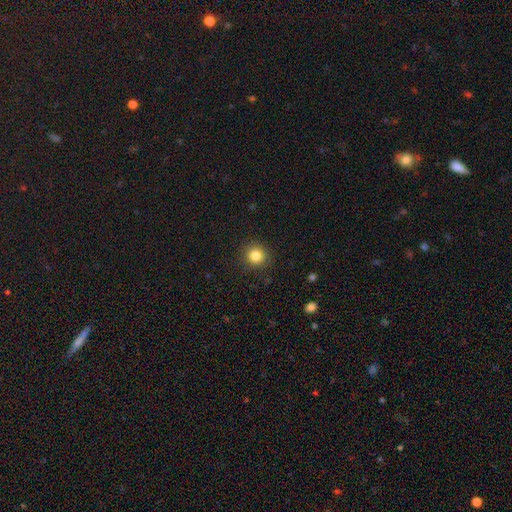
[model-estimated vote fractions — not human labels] This appears to be a smooth galaxy with no disk features (84%) that is round (93%). Merging: none (90%).